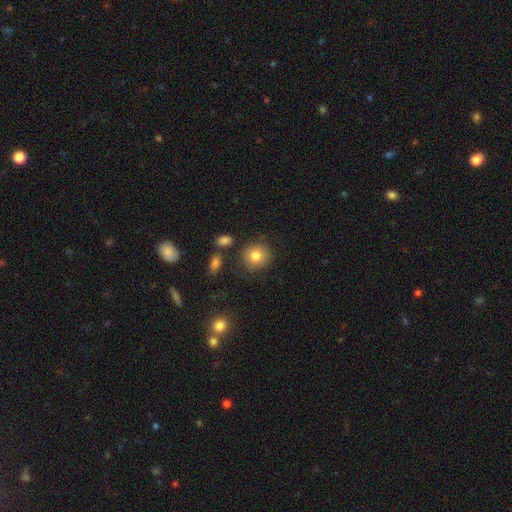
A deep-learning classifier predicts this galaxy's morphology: This appears to be a smooth galaxy with no disk features (81%) that is round (85%). Merging: none (82%).